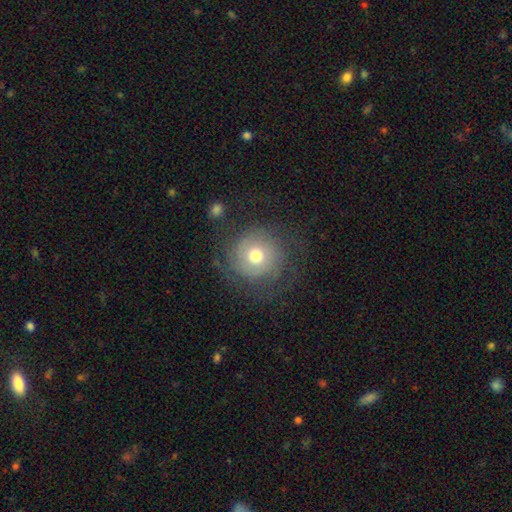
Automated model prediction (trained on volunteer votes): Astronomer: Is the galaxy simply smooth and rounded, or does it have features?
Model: smooth — 45%, tied with featured or disk at 45%.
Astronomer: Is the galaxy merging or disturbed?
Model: none — 69%.